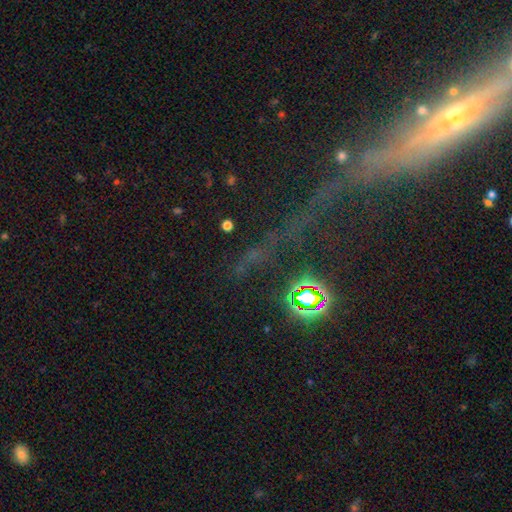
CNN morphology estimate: smooth-or-featured: star or artifact: 74% | smooth: 13% | featured or disk: 13%